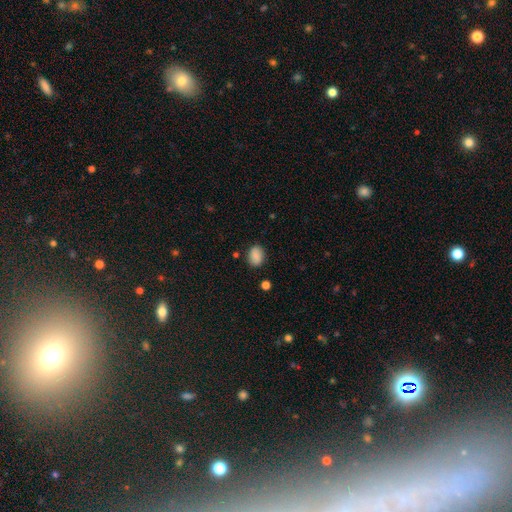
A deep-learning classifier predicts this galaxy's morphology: smooth-or-featured: smooth: 87% | star or artifact: 8% | featured or disk: 5%
  how-rounded: in between: 68% | round: 31% | cigar-shaped: 1%
  merging: none: 83% | minor disturbance: 12% | major disturbance: 3% | merger: 2%